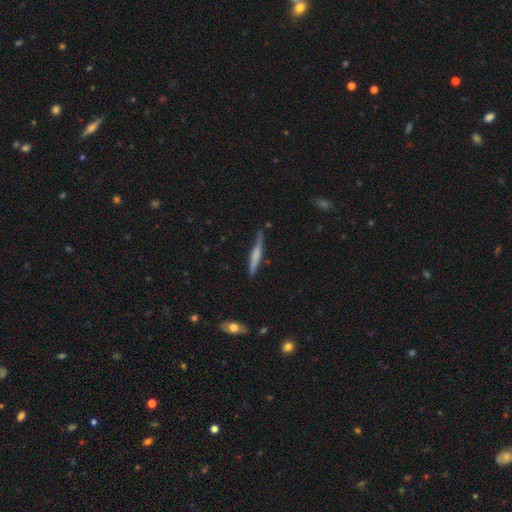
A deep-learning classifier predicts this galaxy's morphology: This appears to be a featured or disk galaxy (48%). Merging: none (76%).